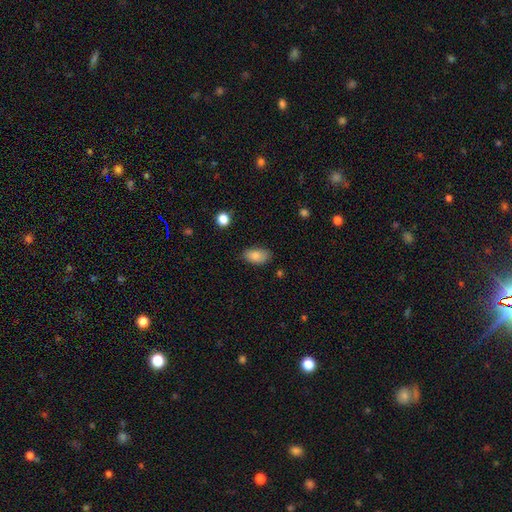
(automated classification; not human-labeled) Overall: smooth (83%). How rounded: in between (92%). Merging: none (77%).